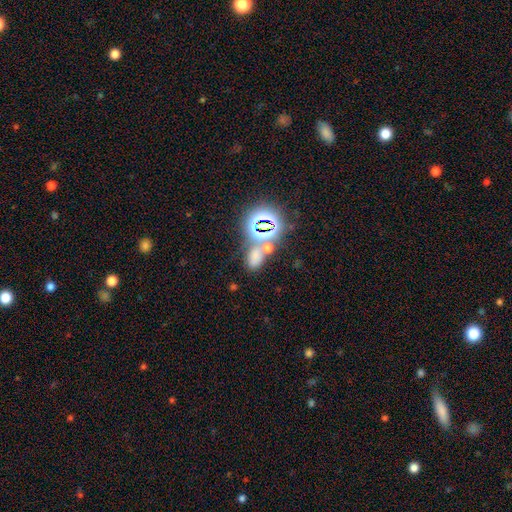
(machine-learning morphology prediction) Smooth or featured?
  - smooth: 55% *
  - star or artifact: 36%
  - featured or disk: 9%
How rounded?
  - in between: 74% *
  - round: 23%
  - cigar-shaped: 3%
Merging?
  - none: 54% *
  - merger: 28%
  - minor disturbance: 12%
  - major disturbance: 6%